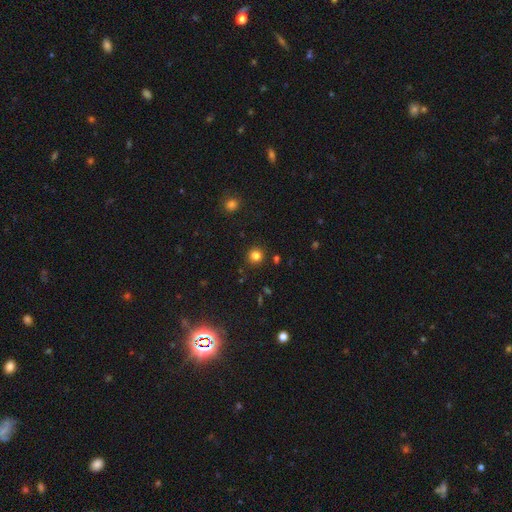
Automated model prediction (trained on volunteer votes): Smooth or featured? smooth (82%)
How rounded? round (93%)
Merging? none (90%)